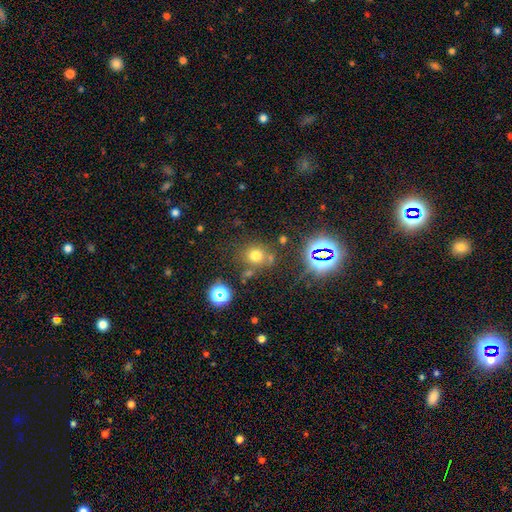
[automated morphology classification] A smooth galaxy with no disk features (67%) that is round (84%). Merging: none (71%).